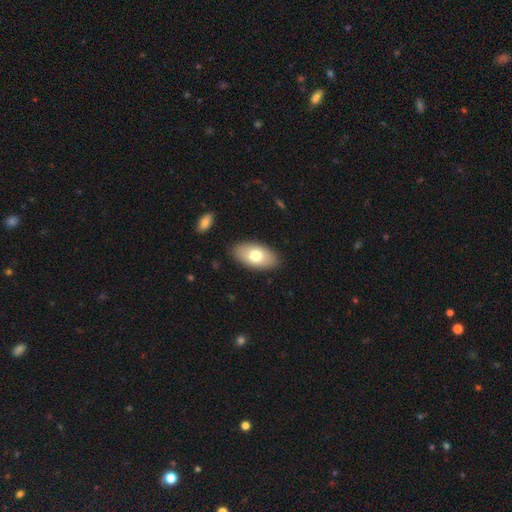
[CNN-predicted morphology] A smooth galaxy with no disk features (72%) that is in between round and cigar-shaped (94%). Merging: none (87%).